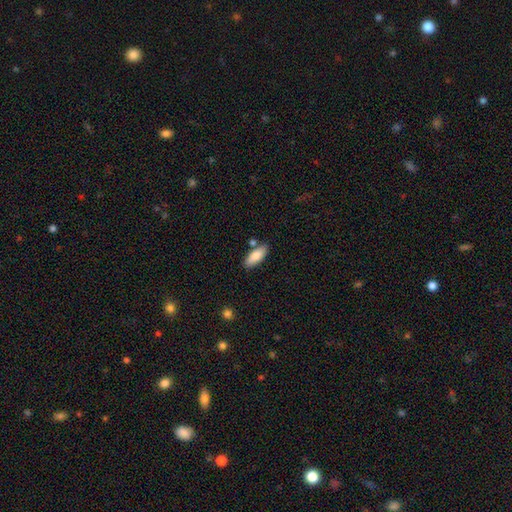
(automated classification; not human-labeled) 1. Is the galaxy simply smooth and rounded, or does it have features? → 85% smooth, 9% featured or disk, 6% star or artifact.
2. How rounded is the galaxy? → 77% in between, 21% cigar-shaped, 2% round.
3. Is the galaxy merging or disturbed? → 76% none, 13% minor disturbance, 9% merger, 3% major disturbance.